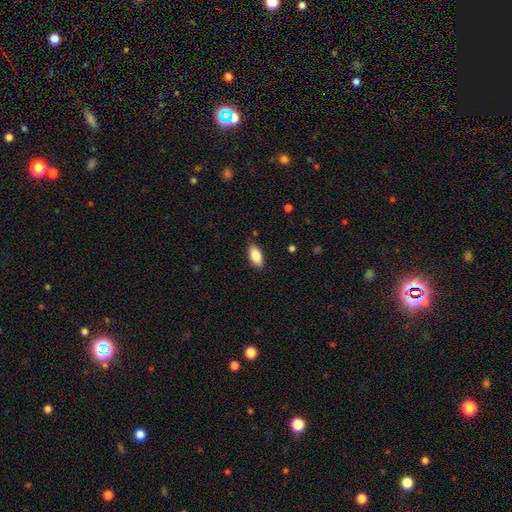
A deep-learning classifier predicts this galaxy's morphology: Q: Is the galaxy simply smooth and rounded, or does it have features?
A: smooth — 84%.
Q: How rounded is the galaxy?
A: in between — 90%.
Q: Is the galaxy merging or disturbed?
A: none — 85%.